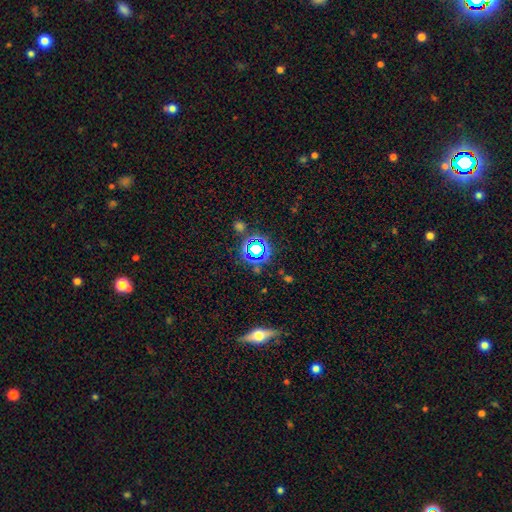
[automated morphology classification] Q: Smooth or featured?
A: star or artifact (58%); runner-up: smooth (28%)